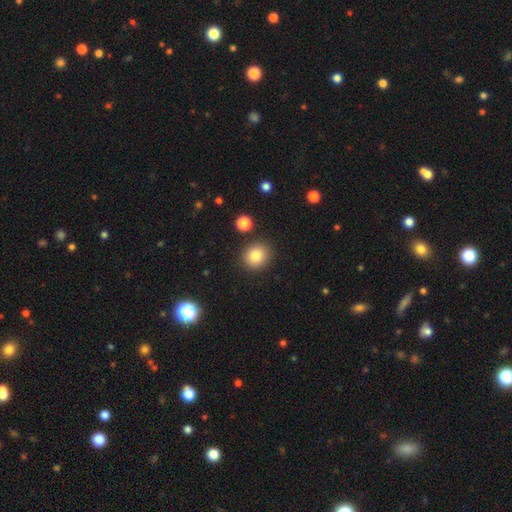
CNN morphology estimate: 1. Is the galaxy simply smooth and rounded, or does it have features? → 83% smooth, 10% star or artifact, 7% featured or disk.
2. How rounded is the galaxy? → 84% round, 15% in between, 1% cigar-shaped.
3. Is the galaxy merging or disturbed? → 87% none, 7% minor disturbance, 3% merger, 2% major disturbance.